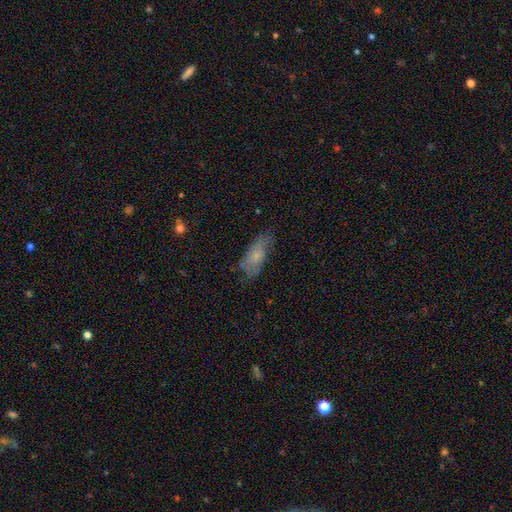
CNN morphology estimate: type=smooth (63%); roundness=in between (76%); merging=none (56%).